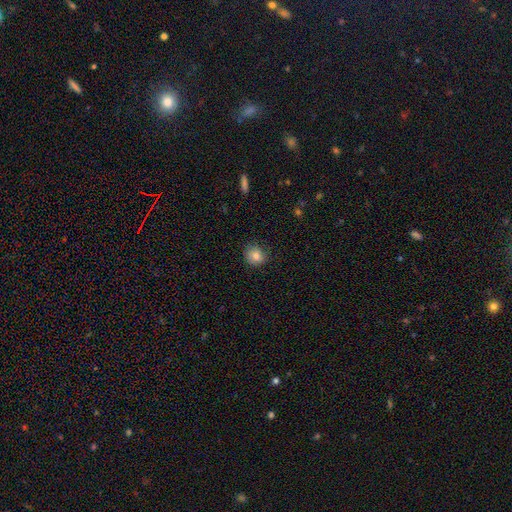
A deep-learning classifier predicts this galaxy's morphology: The model was most divided on "how rounded": round: 78%, in between: 21%, cigar-shaped: 1%. More confident: smooth or featured — smooth (84%); merging — none (76%).